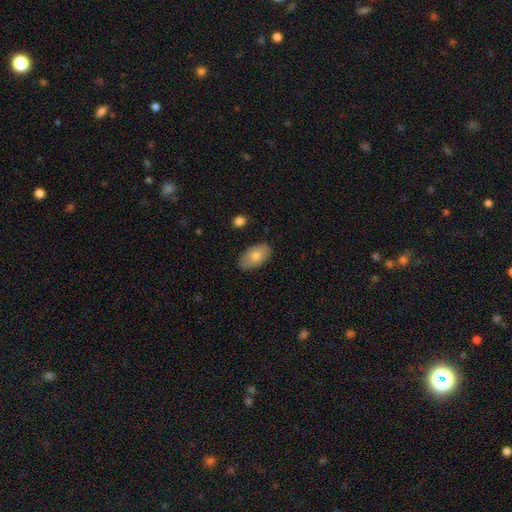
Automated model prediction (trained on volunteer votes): Morphology: type=smooth (76%); roundness=in between (94%); merging=none (84%).